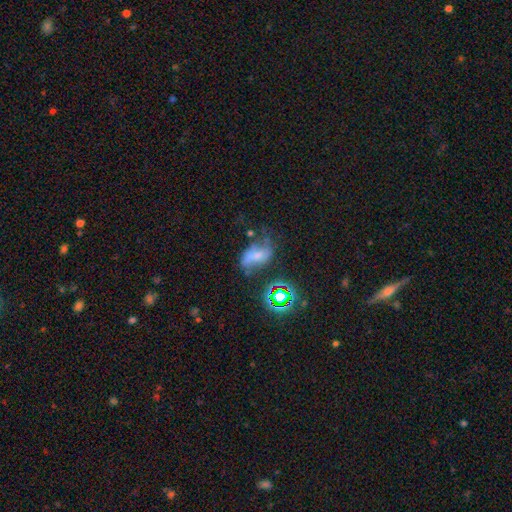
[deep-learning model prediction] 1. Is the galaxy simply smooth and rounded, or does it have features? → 40% featured or disk (tied), 40% smooth (tied), 20% star or artifact.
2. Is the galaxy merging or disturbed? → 36% none, 28% major disturbance, 26% minor disturbance, 10% merger.